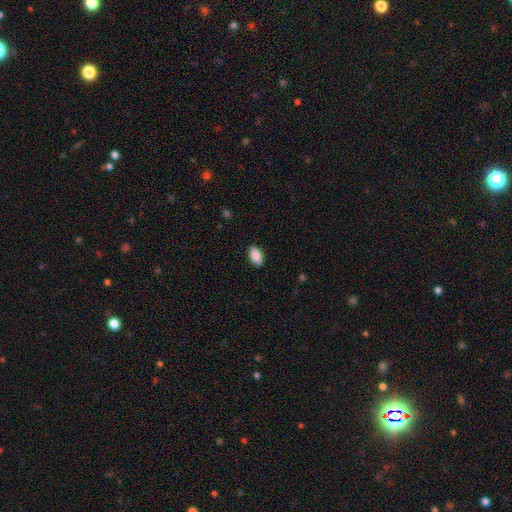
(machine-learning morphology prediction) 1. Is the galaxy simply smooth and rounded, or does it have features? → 87% smooth, 7% star or artifact, 7% featured or disk.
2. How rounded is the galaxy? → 93% in between, 4% round, 4% cigar-shaped.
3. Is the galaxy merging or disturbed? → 88% none, 9% minor disturbance, 2% major disturbance, 1% merger.